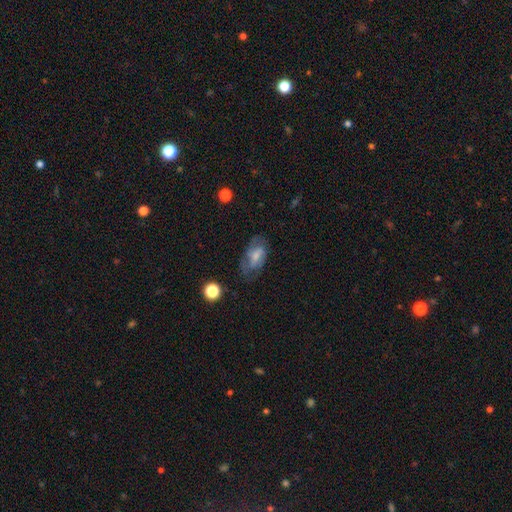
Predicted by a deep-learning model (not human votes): Smooth or featured? smooth (48%)
Merging? none (56%)